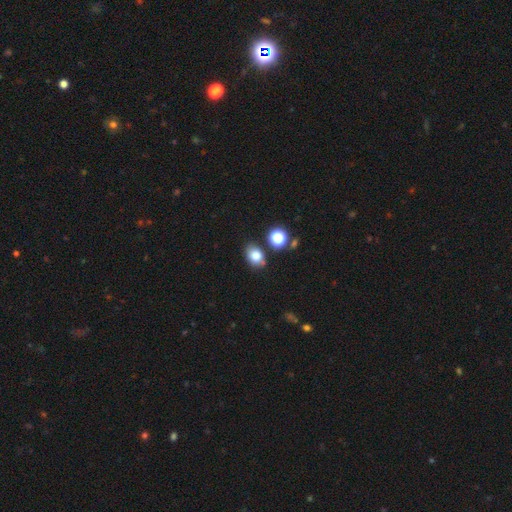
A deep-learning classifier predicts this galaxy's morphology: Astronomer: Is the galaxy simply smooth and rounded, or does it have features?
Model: smooth — 80%.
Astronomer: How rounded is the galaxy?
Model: in between — 69%.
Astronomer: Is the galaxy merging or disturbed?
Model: none — 72%.